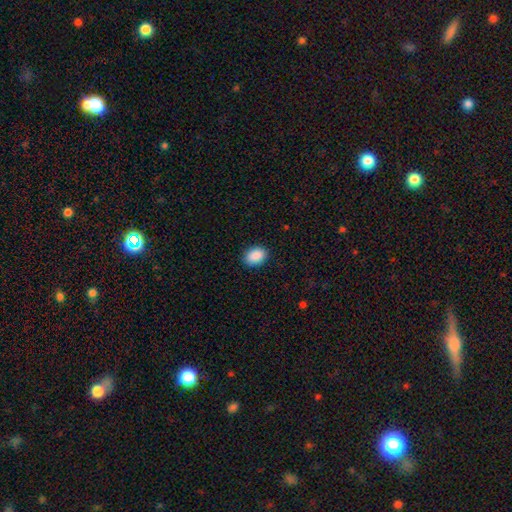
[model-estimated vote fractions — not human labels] This is clearly a smooth galaxy (90%). How rounded: likely in between (75%). Merging: clearly none (88%).